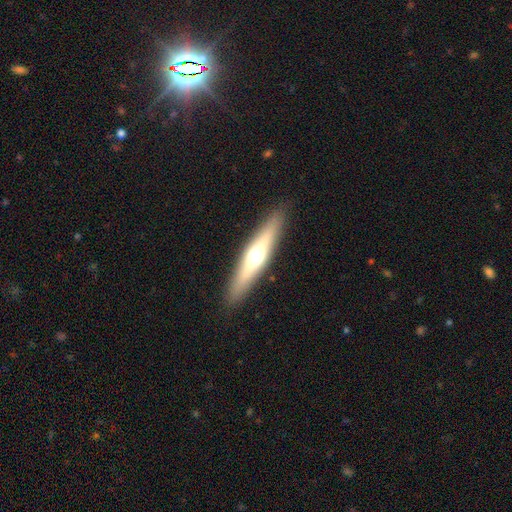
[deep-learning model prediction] A featured or disk galaxy (54%) viewed edge-on (89%). Merging: none (89%).